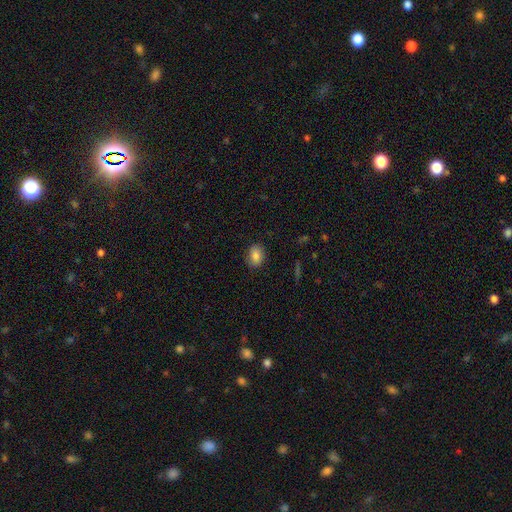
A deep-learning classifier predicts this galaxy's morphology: Smooth or featured? smooth (84%)
How rounded? in between (70%)
Merging? none (85%)